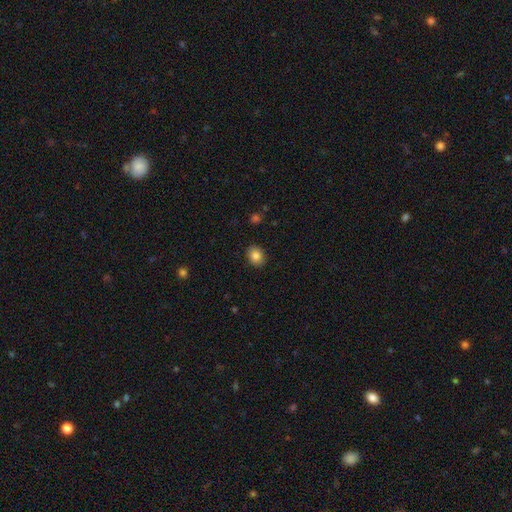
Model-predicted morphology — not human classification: A smooth galaxy with no disk features (84%) that is round (51%).

Vote fractions:
- Smooth or featured? smooth: 84% / star or artifact: 9% / featured or disk: 6%
- How rounded? round: 51% / in between: 48% / cigar-shaped: 1%
- Merging? none: 89% / minor disturbance: 8% / major disturbance: 2% / merger: 1%